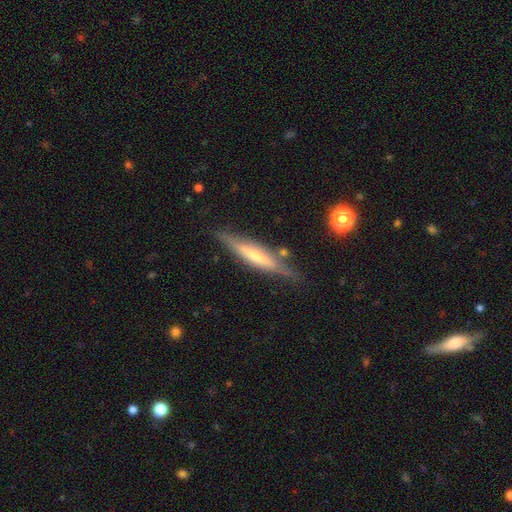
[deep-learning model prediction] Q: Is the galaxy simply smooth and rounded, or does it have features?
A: featured or disk — 61%.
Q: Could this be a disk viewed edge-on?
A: yes — 93%.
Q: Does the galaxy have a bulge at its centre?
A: rounded — 41%.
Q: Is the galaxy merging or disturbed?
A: none — 79%.